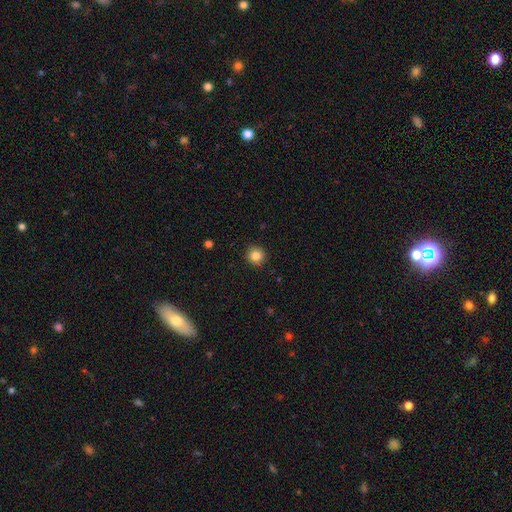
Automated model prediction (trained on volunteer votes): Q: Smooth or featured?
A: smooth (84%); runner-up: star or artifact (11%)
Q: How rounded?
A: round (93%); runner-up: in between (6%)
Q: Merging?
A: none (91%); runner-up: minor disturbance (6%)